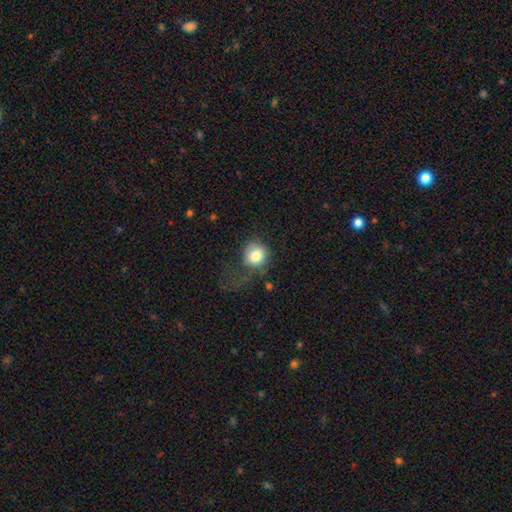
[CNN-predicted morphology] Smooth or featured: smooth — 79% (featured or disk — 12%)
How rounded: round — 85% (in between — 14%)
Merging: none — 38% (tied with major disturbance — 38%)